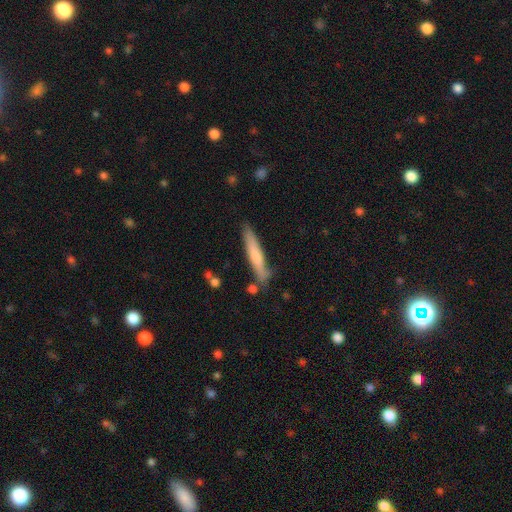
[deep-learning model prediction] Smooth or featured?
  - smooth: 64% *
  - featured or disk: 31%
  - star or artifact: 6%
How rounded?
  - cigar-shaped: 93% *
  - in between: 6%
  - round: 1%
Merging?
  - none: 77% *
  - minor disturbance: 16%
  - merger: 4%
  - major disturbance: 3%